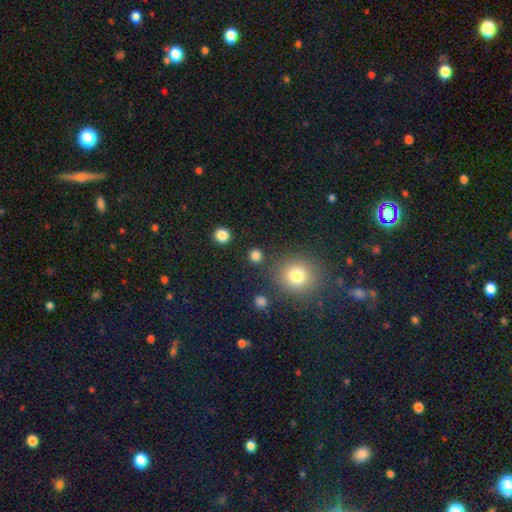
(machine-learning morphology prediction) Q: Smooth or featured?
A: smooth (81%); runner-up: star or artifact (15%)
Q: How rounded?
A: round (87%); runner-up: in between (12%)
Q: Merging?
A: none (86%); runner-up: minor disturbance (6%)